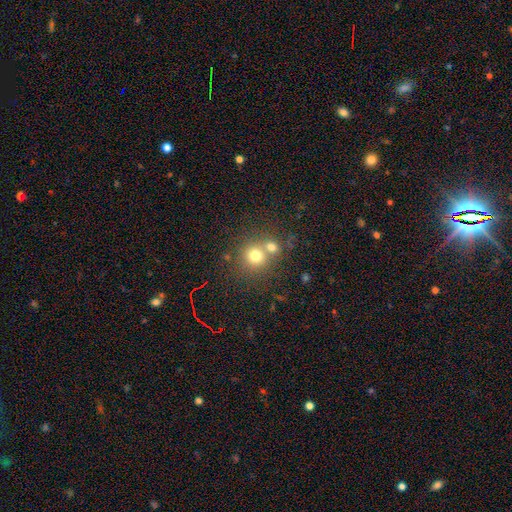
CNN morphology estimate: Smooth or featured: smooth — 73% (star or artifact — 15%)
How rounded: round — 88% (in between — 11%)
Merging: none — 51% (merger — 40%)